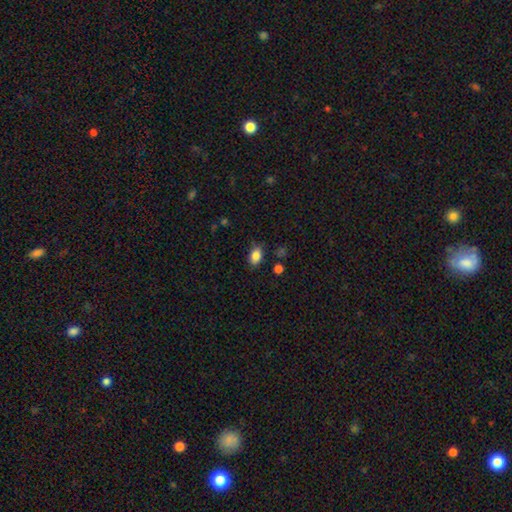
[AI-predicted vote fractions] Smooth or featured? smooth (85%)
How rounded? in between (84%)
Merging? none (81%)